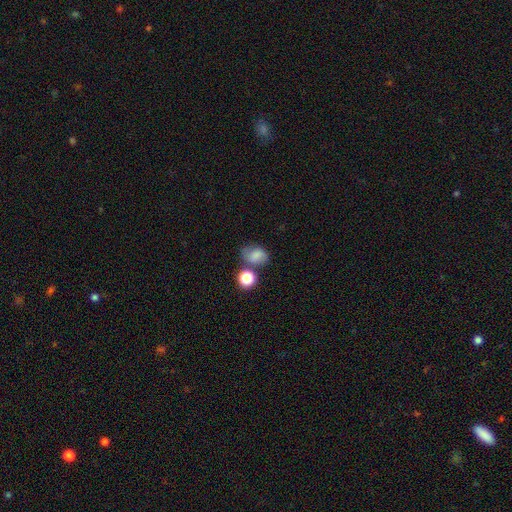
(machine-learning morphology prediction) Smooth or featured? smooth (72%)
How rounded? in between (61%)
Merging? none (53%)